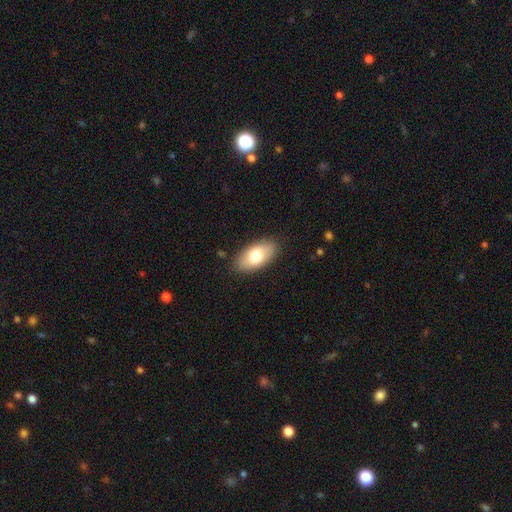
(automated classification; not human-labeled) The model was most divided on "smooth or featured": smooth: 75%, featured or disk: 19%, star or artifact: 6%. More confident: how rounded — in between (93%); merging — none (86%).